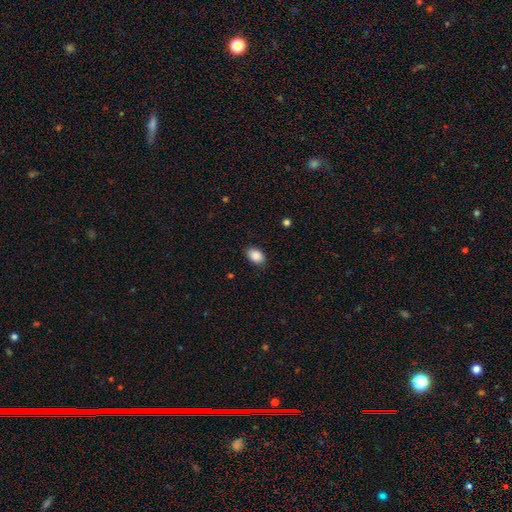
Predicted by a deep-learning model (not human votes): Smooth or featured? smooth (89%)
How rounded? in between (81%)
Merging? none (86%)